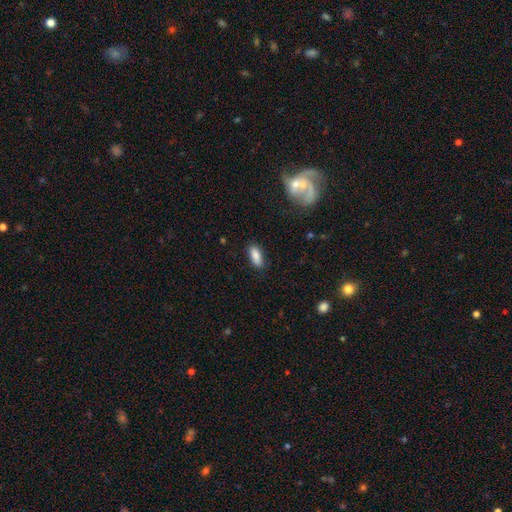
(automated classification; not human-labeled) smooth 86%, star or artifact 7%, featured or disk 7%. Down the decision tree: how rounded — in between (78%); merging — none (85%).